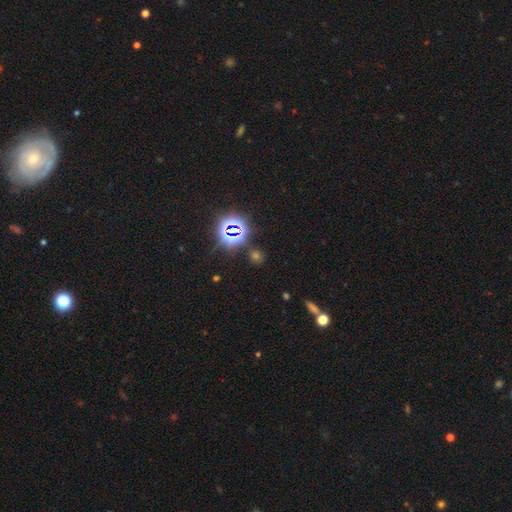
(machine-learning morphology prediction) A star or artifact, not a galaxy (59%).